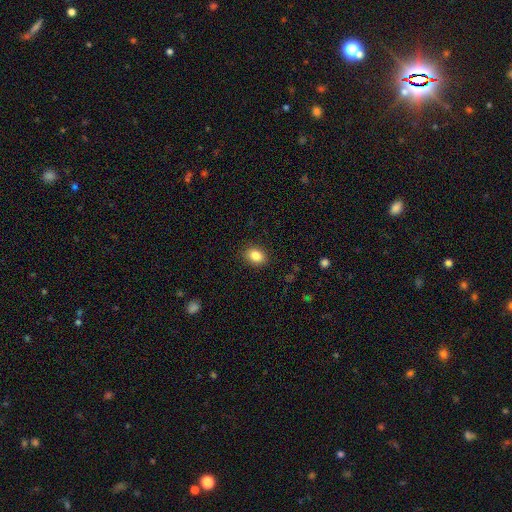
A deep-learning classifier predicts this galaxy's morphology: Q: Smooth or featured?
A: smooth (85%); runner-up: star or artifact (9%)
Q: How rounded?
A: in between (69%); runner-up: round (30%)
Q: Merging?
A: none (88%); runner-up: minor disturbance (9%)